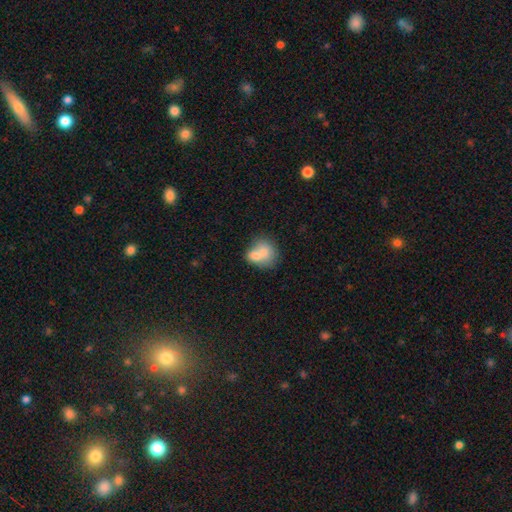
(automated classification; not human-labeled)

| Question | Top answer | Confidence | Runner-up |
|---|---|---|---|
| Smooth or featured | smooth | 71% | featured or disk (20%) |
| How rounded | round | 58% | in between (41%) |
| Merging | merger | 54% | none (30%) |